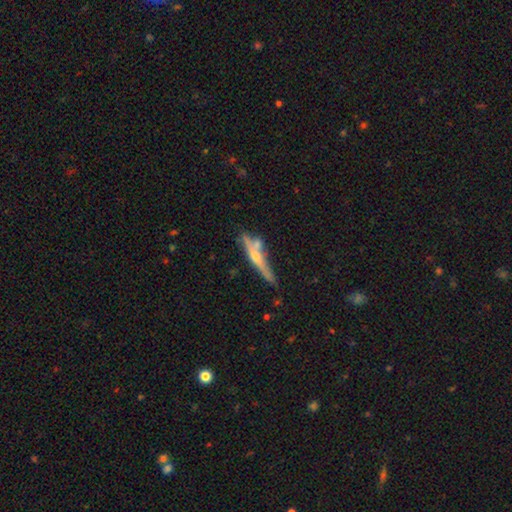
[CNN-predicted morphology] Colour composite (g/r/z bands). It shows a featured or disk galaxy (66%) viewed edge-on (94%) with a rounded central bulge (84%). Merging: none (64%).